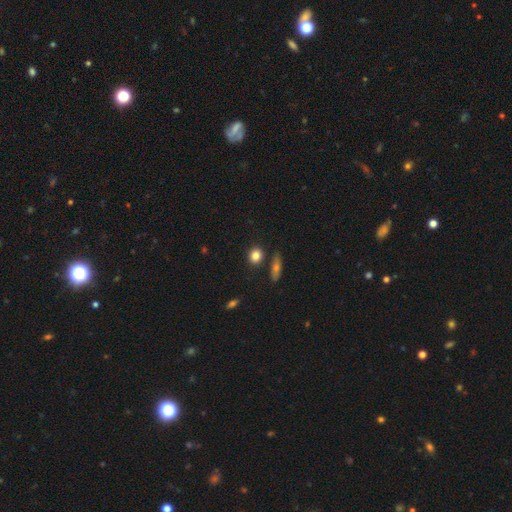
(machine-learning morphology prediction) Overall: smooth (83%). How rounded: round (68%). Merging: none (80%).